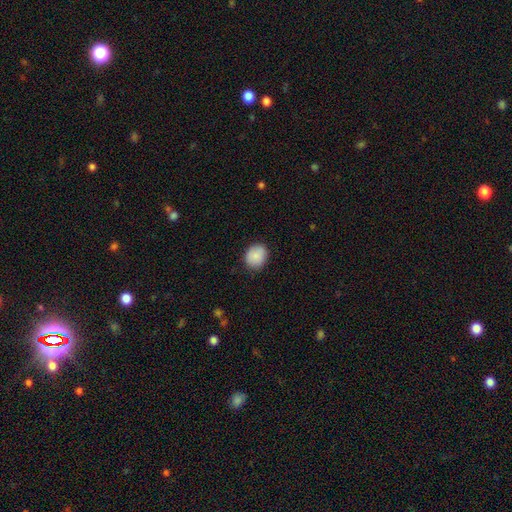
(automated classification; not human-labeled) Q: Smooth or featured?
A: smooth (87%); runner-up: star or artifact (7%)
Q: How rounded?
A: round (64%); runner-up: in between (35%)
Q: Merging?
A: none (84%); runner-up: minor disturbance (12%)